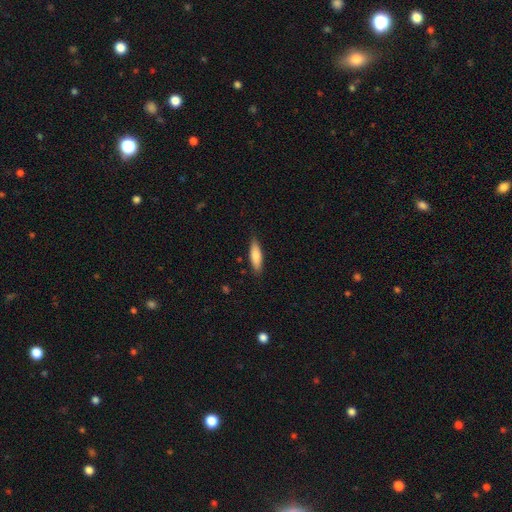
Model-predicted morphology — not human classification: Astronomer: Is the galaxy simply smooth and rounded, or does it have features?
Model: smooth — 78%.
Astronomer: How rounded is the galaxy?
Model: cigar-shaped — 54% (runner-up: in between, 45%).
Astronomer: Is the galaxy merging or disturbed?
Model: none — 84%.